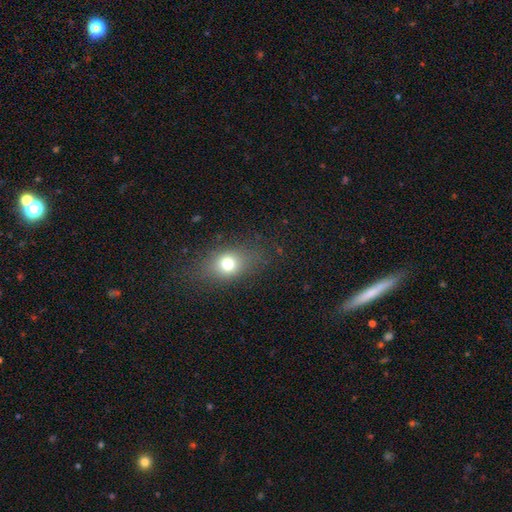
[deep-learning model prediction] smooth 63%, star or artifact 20%, featured or disk 17%. Down the decision tree: how rounded — in between (59%); merging — none (85%).